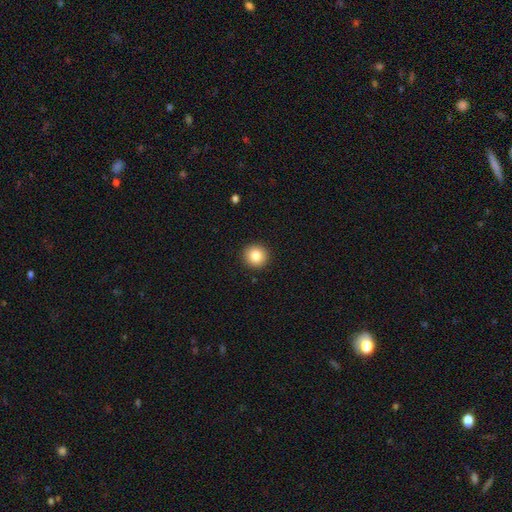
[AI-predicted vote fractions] A smooth galaxy with no disk features (85%) that is round (94%). Merging: none (93%).